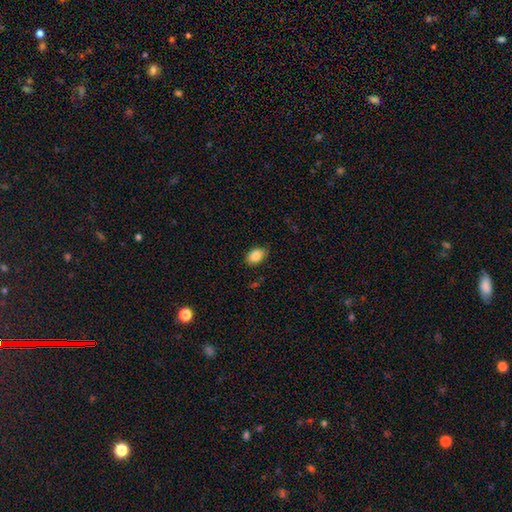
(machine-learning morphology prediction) The model was most divided on "merging": none: 83%, minor disturbance: 14%, major disturbance: 3%, merger: 1%. More confident: how rounded — in between (88%); smooth or featured — smooth (87%).